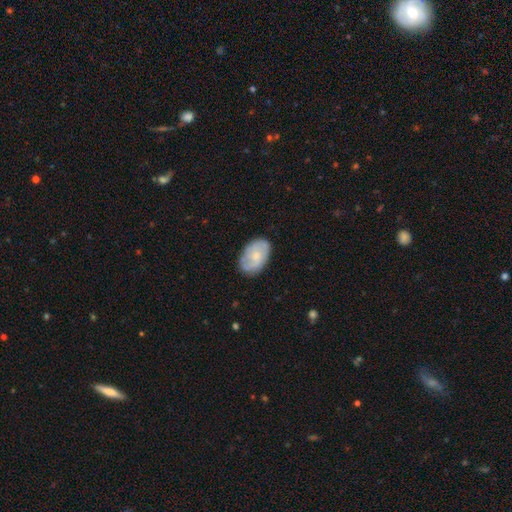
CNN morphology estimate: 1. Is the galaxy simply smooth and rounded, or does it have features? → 50% smooth, 43% featured or disk, 6% star or artifact.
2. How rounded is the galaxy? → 89% in between, 10% round, 1% cigar-shaped.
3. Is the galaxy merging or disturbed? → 76% none, 18% minor disturbance, 4% major disturbance, 1% merger.